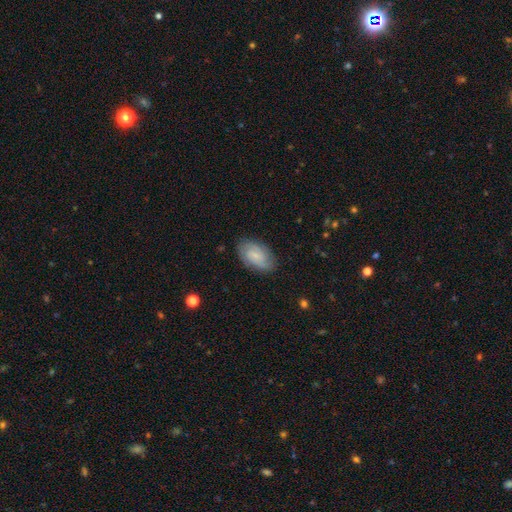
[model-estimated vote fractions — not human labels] smooth_or_featured: featured or disk (p=0.54) [alt: smooth p=0.39]
disk_edge_on: no (p=0.95) [alt: yes p=0.05]
bar: no (p=0.55) [alt: weak p=0.38]
has_spiral_arms: yes (p=0.90) [alt: no p=0.10]
bulge_size: small (p=0.67) [alt: moderate p=0.17]
merging: none (p=0.81) [alt: minor disturbance p=0.14]